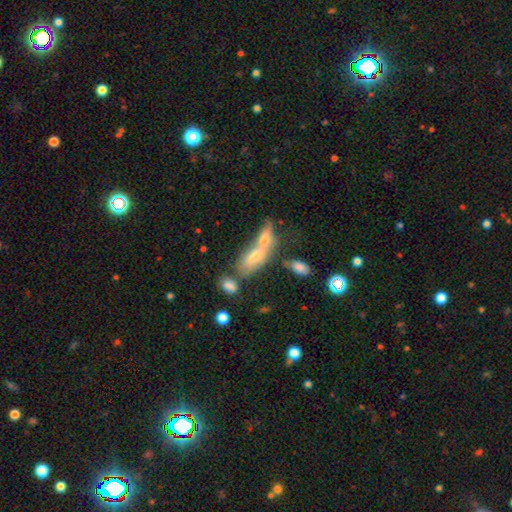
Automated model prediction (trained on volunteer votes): Smooth or featured? Predicted: smooth (p=0.56). How rounded? Predicted: in between (p=0.70). Merging? Predicted: merger (p=0.59).